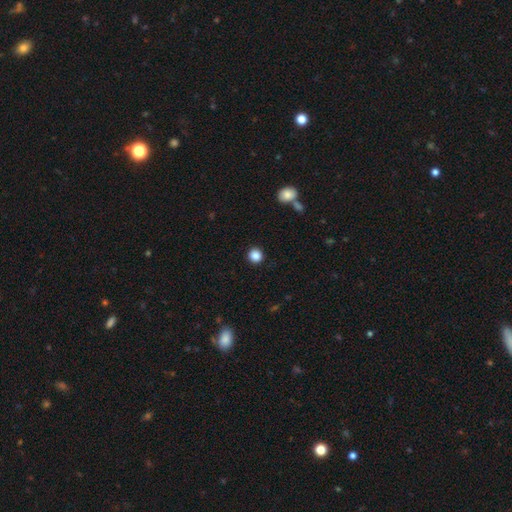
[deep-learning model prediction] smooth-or-featured: smooth: 87% | star or artifact: 10% | featured or disk: 3%
  how-rounded: round: 92% | in between: 7% | cigar-shaped: 1%
  merging: none: 92% | minor disturbance: 5% | major disturbance: 2% | merger: 1%